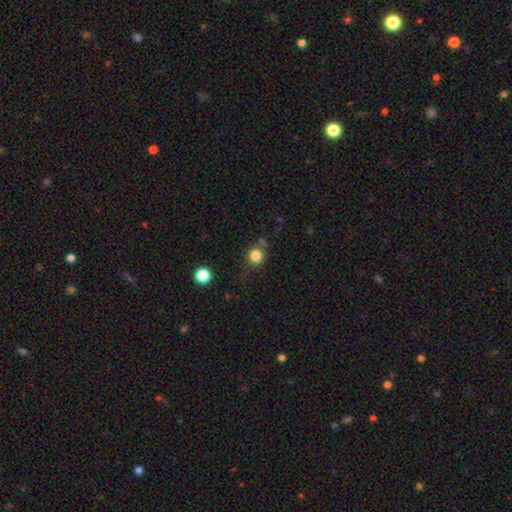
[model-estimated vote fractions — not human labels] Smooth or featured? smooth (83%)
How rounded? round (91%)
Merging? none (74%)